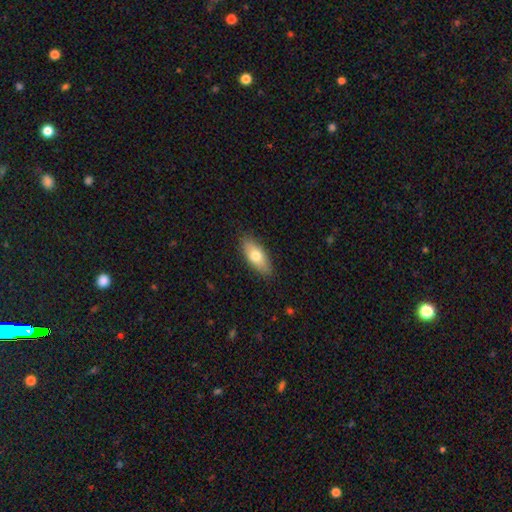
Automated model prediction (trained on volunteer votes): This is likely a smooth galaxy (71%). How rounded: likely in between (78%). Merging: clearly none (86%).